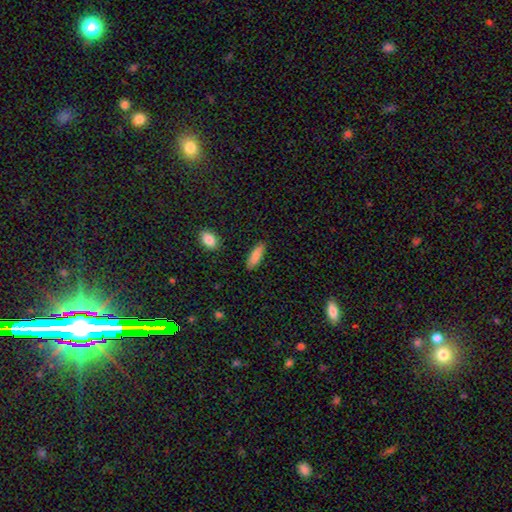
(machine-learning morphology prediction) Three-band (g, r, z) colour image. It shows a smooth galaxy with no disk features (83%) that is in between round and cigar-shaped (61%). Merging: none (86%).